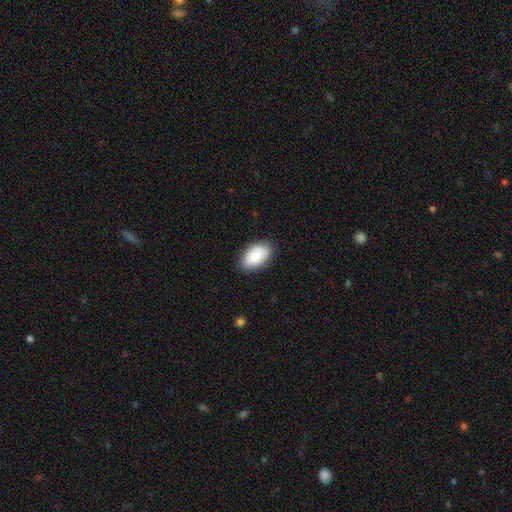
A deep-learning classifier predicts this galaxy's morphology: The model was most divided on "merging": none: 85%, minor disturbance: 12%, major disturbance: 2%, merger: 1%. More confident: how rounded — in between (94%); smooth or featured — smooth (86%).